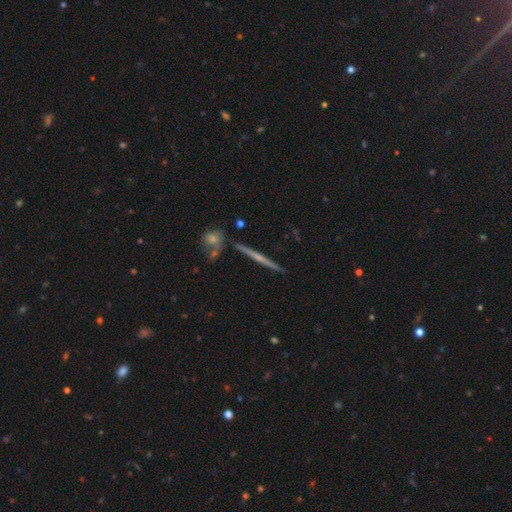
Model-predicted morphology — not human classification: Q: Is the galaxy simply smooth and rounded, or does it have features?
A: featured or disk — 70%.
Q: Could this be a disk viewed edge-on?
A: yes — 98%.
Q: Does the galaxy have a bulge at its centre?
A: rounded — 49%.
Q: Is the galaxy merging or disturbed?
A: none — 87%.